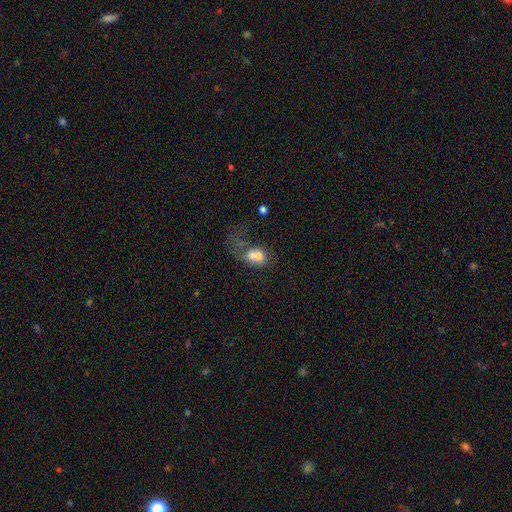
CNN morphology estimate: smooth-or-featured: smooth: 57% | featured or disk: 32% | star or artifact: 10%
  how-rounded: in between: 50% | round: 48% | cigar-shaped: 2%
  merging: merger: 67% | major disturbance: 13% | none: 12% | minor disturbance: 7%